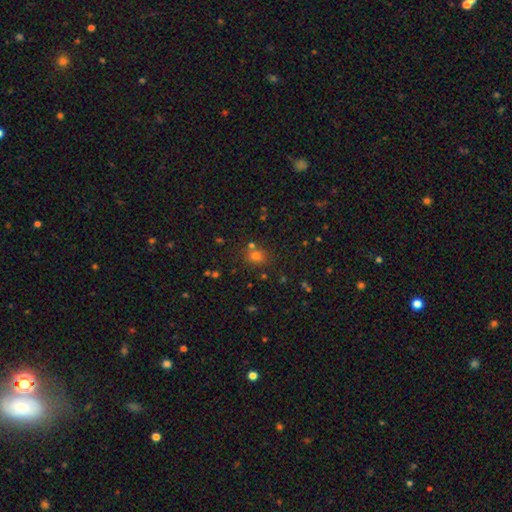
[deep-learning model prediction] Smooth or featured?
  - smooth: 68% *
  - star or artifact: 24%
  - featured or disk: 8%
How rounded?
  - round: 66% *
  - in between: 33%
  - cigar-shaped: 1%
Merging?
  - none: 71% *
  - merger: 14%
  - minor disturbance: 11%
  - major disturbance: 4%